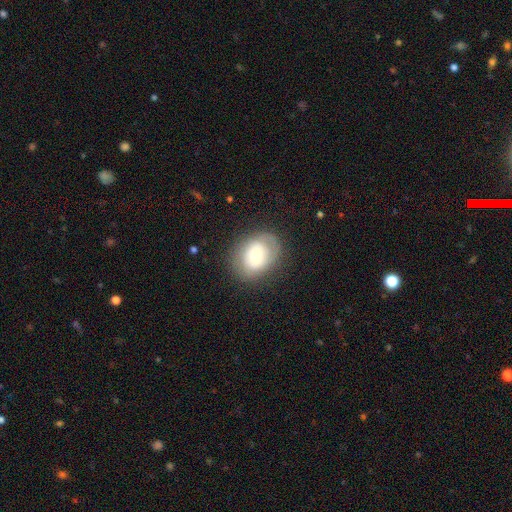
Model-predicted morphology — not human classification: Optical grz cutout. It shows a smooth galaxy with no disk features (53%) that is in between round and cigar-shaped (52%). Merging: none (75%).